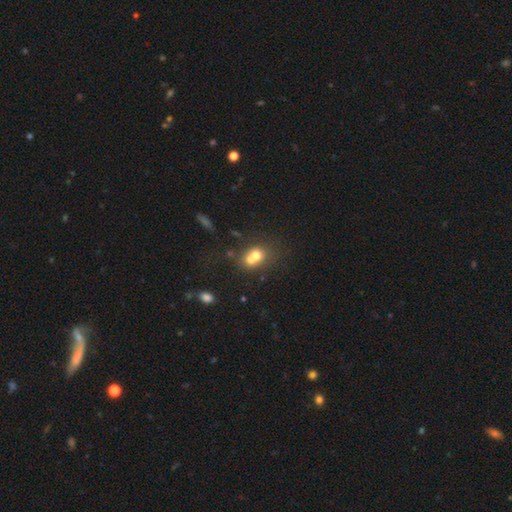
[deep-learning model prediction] smooth 65%, featured or disk 22%, star or artifact 13%. Down the decision tree: how rounded — round (67%); merging — merger (62%).